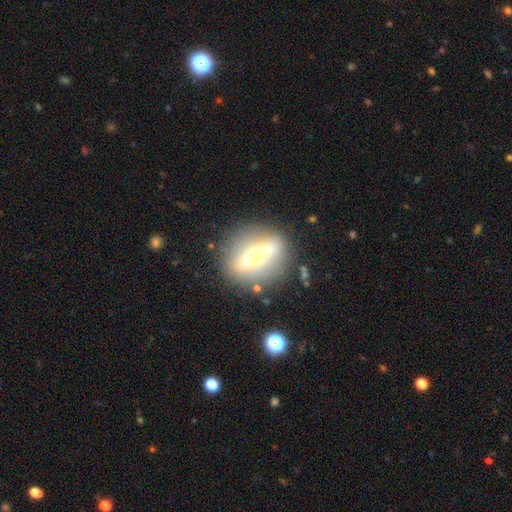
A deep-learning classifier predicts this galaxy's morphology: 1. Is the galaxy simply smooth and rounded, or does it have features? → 58% featured or disk, 30% smooth, 12% star or artifact.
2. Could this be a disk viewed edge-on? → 55% yes, 45% no.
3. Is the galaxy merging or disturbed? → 76% none, 12% minor disturbance, 8% major disturbance, 4% merger.